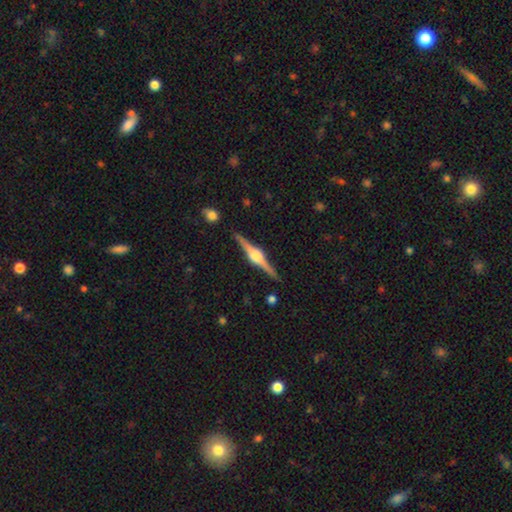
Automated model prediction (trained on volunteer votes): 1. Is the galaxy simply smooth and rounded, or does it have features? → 88% featured or disk, 7% smooth, 5% star or artifact.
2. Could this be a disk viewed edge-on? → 98% yes, 2% no.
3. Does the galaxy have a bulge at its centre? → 93% rounded, 6% boxy, 1% none.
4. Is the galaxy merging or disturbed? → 91% none, 7% minor disturbance, 1% major disturbance, 1% merger.